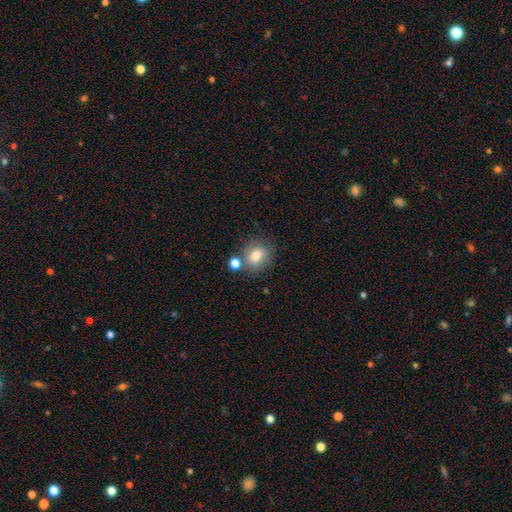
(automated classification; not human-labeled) smooth_or_featured: smooth (p=0.78) [alt: featured or disk p=0.11]
how_rounded: round (p=0.67) [alt: in between p=0.32]
merging: none (p=0.67) [alt: merger p=0.15]